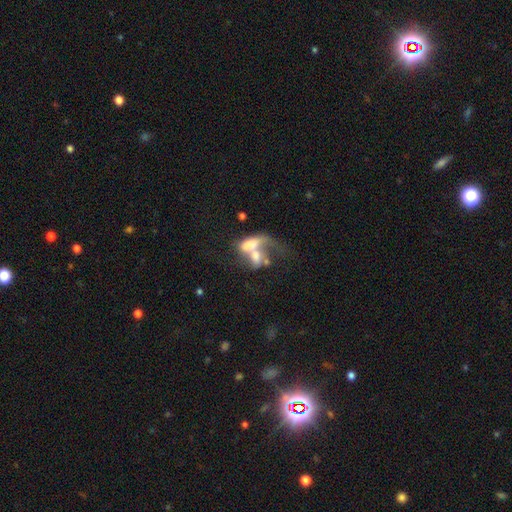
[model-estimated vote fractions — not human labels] This appears to be a smooth galaxy with no disk features (49%). Merging: merger (65%).